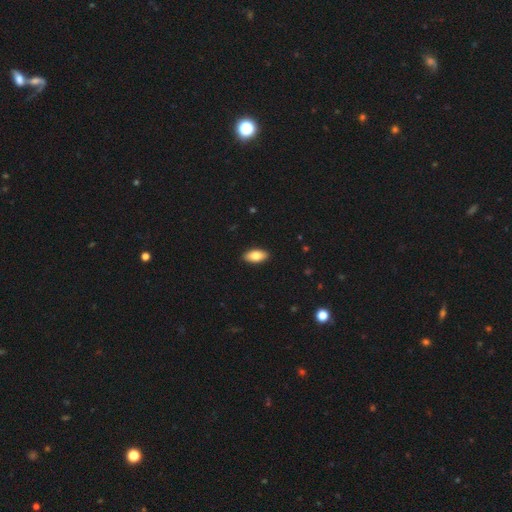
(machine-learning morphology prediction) Smooth or featured: smooth — 80% (featured or disk — 13%)
How rounded: in between — 91% (cigar-shaped — 7%)
Merging: none — 90% (minor disturbance — 7%)